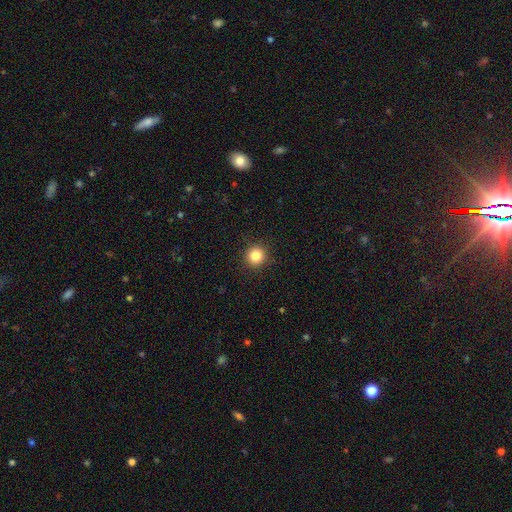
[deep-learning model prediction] A smooth galaxy with no disk features (84%) that is round (94%).

Vote fractions:
- Smooth or featured? smooth: 84% / star or artifact: 11% / featured or disk: 4%
- How rounded? round: 94% / in between: 5% / cigar-shaped: 1%
- Merging? none: 92% / minor disturbance: 5% / major disturbance: 2% / merger: 1%